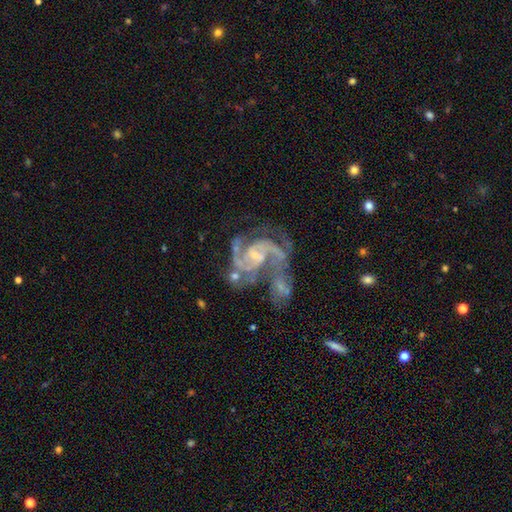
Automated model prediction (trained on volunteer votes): Smooth or featured?
  - featured or disk: 90% *
  - star or artifact: 6%
  - smooth: 4%
Edge-on disk?
  - no: 98% *
  - yes: 2%
Bar?
  - no: 46% *
  - weak: 41%
  - strong: 13%
Spiral arms?
  - yes: 97% *
  - no: 3%
Spiral winding?
  - medium: 56% *
  - tight: 25%
  - loose: 19%
Spiral arm count?
  - 2: 67% *
  - 3: 13%
  - can't tell: 9%
  - 1: 4%
  - 4: 4%
  - more than 4: 3%
Bulge size?
  - small: 68% *
  - moderate: 21%
  - none: 9%
  - large: 1%
  - dominant: 1%
Merging?
  - merger: 47% *
  - none: 21%
  - major disturbance: 19%
  - minor disturbance: 13%